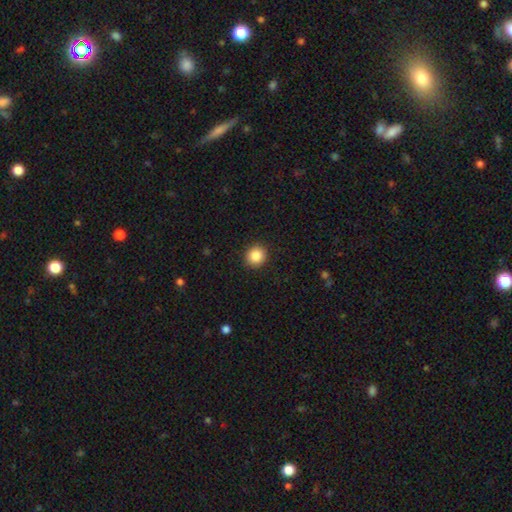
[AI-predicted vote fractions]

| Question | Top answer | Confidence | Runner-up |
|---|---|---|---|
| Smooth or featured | smooth | 86% | star or artifact (9%) |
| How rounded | round | 89% | in between (10%) |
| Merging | none | 92% | minor disturbance (6%) |